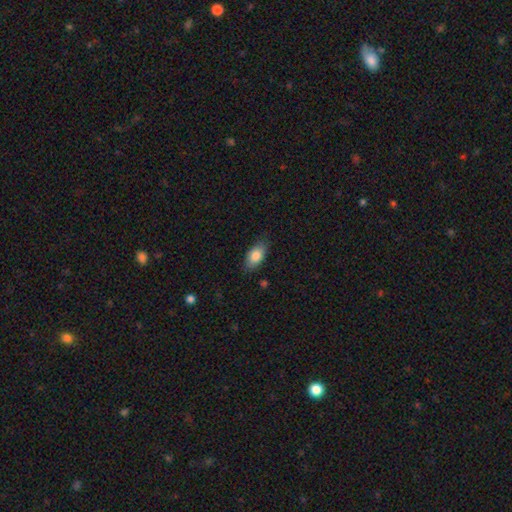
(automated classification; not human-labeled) Morphology: type=smooth (82%); roundness=in between (90%); merging=none (81%).